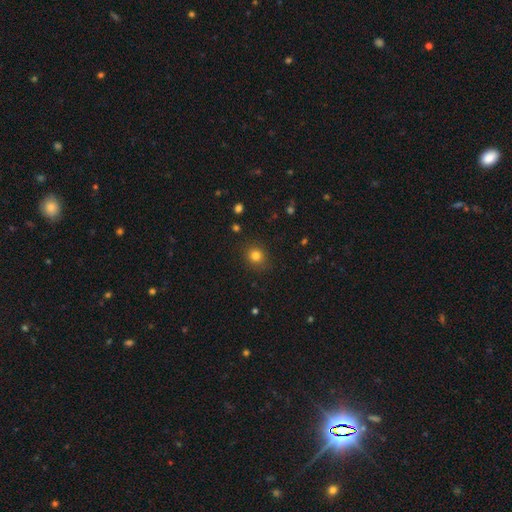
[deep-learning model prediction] smooth_or_featured: smooth (p=0.81) [alt: star or artifact p=0.13]
how_rounded: round (p=0.84) [alt: in between p=0.15]
merging: none (p=0.87) [alt: minor disturbance p=0.09]